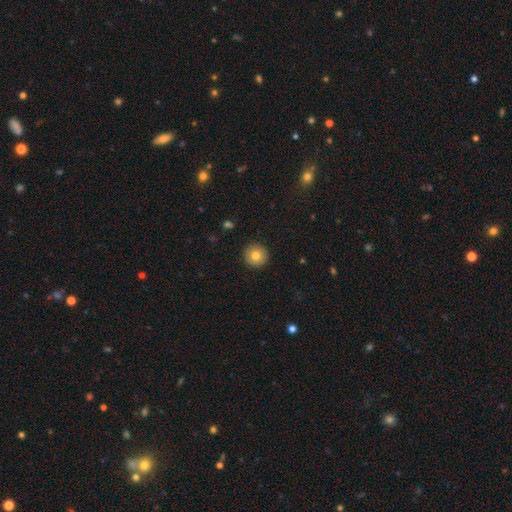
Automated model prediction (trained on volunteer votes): smooth_or_featured: smooth (p=0.78) [alt: featured or disk p=0.13]
how_rounded: round (p=0.95) [alt: in between p=0.04]
merging: none (p=0.92) [alt: minor disturbance p=0.06]